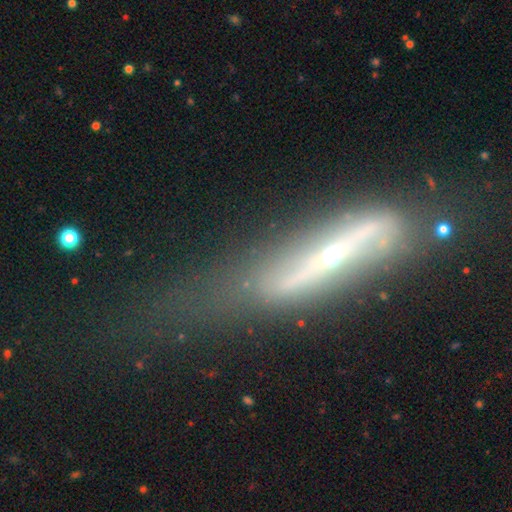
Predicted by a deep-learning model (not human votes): A featured or disk galaxy (74%) viewed edge-on (51%).

Vote fractions:
- Smooth or featured? featured or disk: 74% / smooth: 17% / star or artifact: 9%
- Edge-on disk? yes: 51% / no: 49%
- Merging? none: 35% / major disturbance: 33% / minor disturbance: 26% / merger: 6%